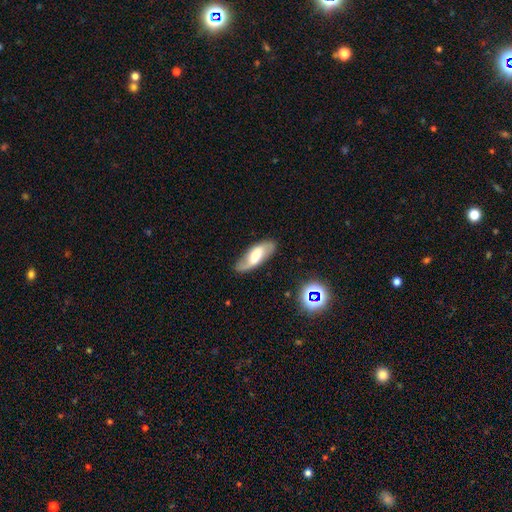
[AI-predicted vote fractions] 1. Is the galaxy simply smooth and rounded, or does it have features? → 55% featured or disk, 38% smooth, 7% star or artifact.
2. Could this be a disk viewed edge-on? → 86% no, 14% yes.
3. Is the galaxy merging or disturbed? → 78% none, 16% minor disturbance, 5% major disturbance, 2% merger.